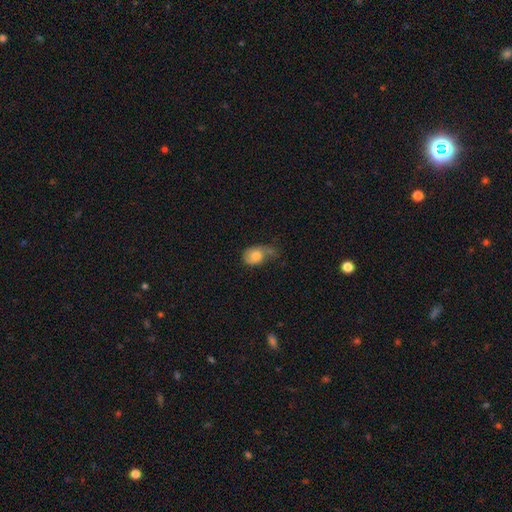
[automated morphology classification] Smooth or featured: smooth — 71% (featured or disk — 21%)
How rounded: in between — 67% (round — 32%)
Merging: minor disturbance — 38% (none — 32%)